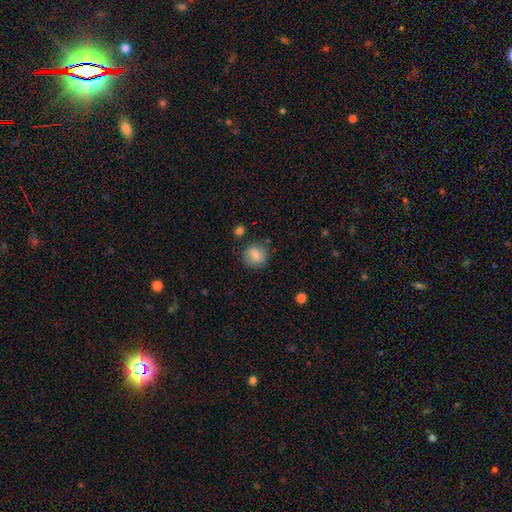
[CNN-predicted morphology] Smooth or featured? Predicted: smooth (p=0.82). How rounded? Predicted: round (p=0.74). Merging? Predicted: none (p=0.79).